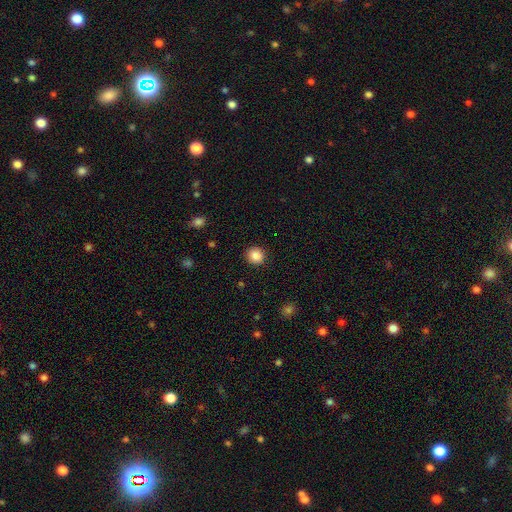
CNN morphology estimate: Q: Smooth or featured?
A: smooth (86%); runner-up: star or artifact (10%)
Q: How rounded?
A: round (89%); runner-up: in between (10%)
Q: Merging?
A: none (91%); runner-up: minor disturbance (6%)